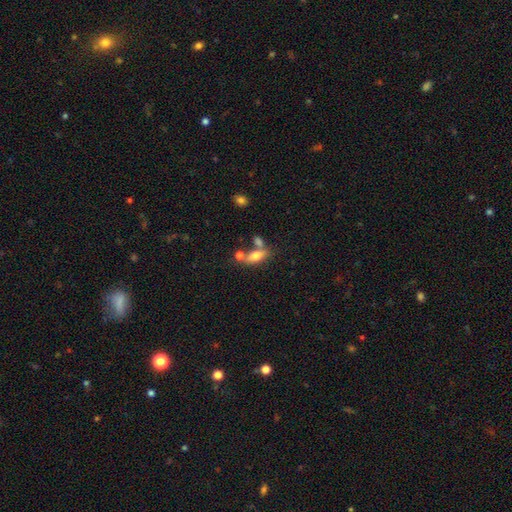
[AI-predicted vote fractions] Overall: smooth (72%). How rounded: in between (77%). Merging: none (50%; merger 30%).